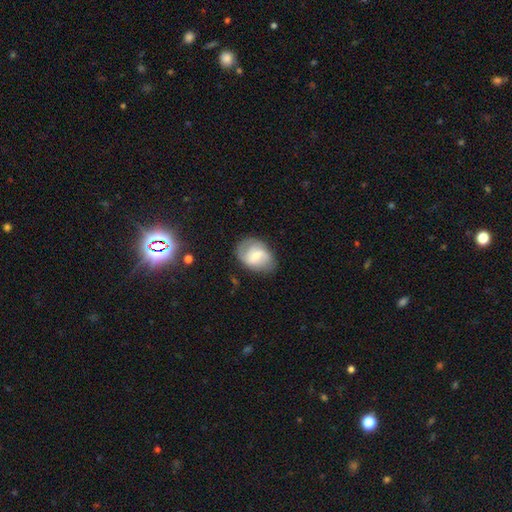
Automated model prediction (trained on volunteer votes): smooth-or-featured: featured or disk: 51% | smooth: 42% | star or artifact: 7%
  disk-edge-on: no: 96% | yes: 4%
  merging: none: 72% | minor disturbance: 20% | major disturbance: 7% | merger: 1%